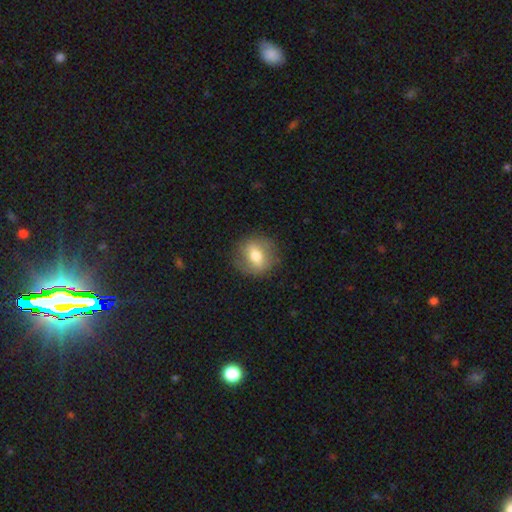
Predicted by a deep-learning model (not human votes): Overall: smooth (60%; featured or disk 32%). How rounded: round (72%). Merging: none (82%).